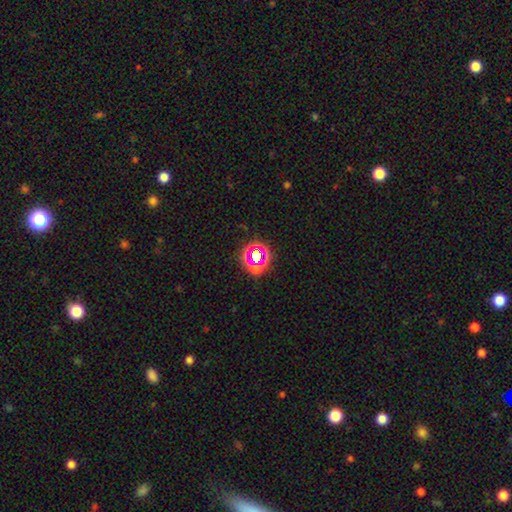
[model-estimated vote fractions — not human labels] star or artifact 54%, smooth 30%, featured or disk 15%.